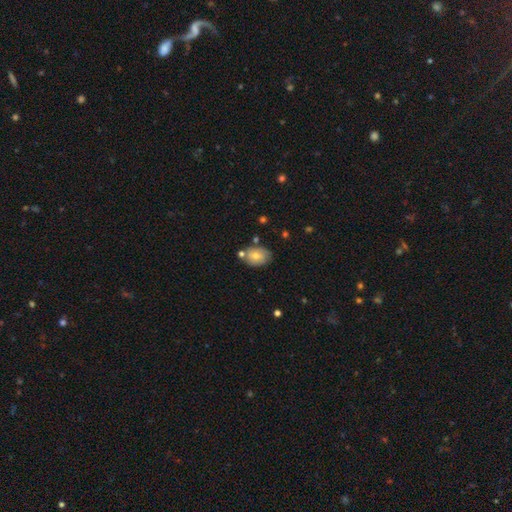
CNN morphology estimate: smooth_or_featured: smooth (p=0.70) [alt: featured or disk p=0.22]
how_rounded: in between (p=0.74) [alt: round p=0.25]
merging: none (p=0.68) [alt: minor disturbance p=0.18]